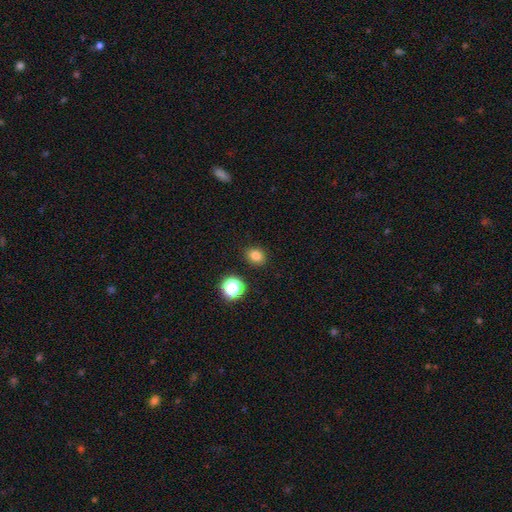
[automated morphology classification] A smooth galaxy with no disk features (80%) that is round (54%). Merging: none (88%).